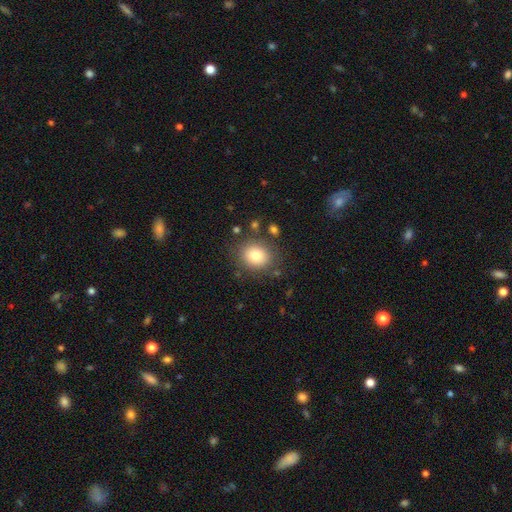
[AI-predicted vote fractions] Q: Smooth or featured?
A: smooth (80%); runner-up: star or artifact (10%)
Q: How rounded?
A: round (70%); runner-up: in between (29%)
Q: Merging?
A: none (82%); runner-up: minor disturbance (11%)